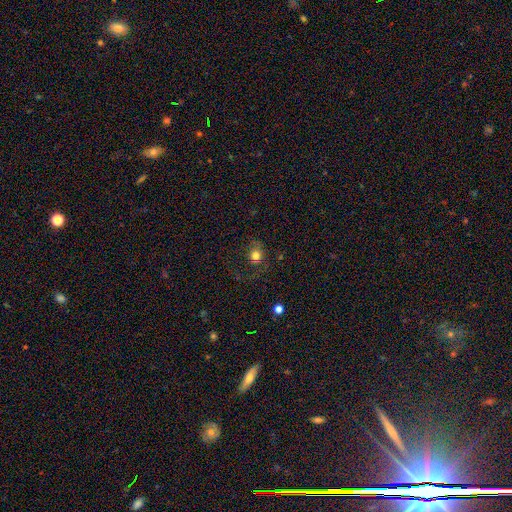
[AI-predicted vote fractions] Smooth or featured? smooth (67%)
How rounded? round (78%)
Merging? none (51%)